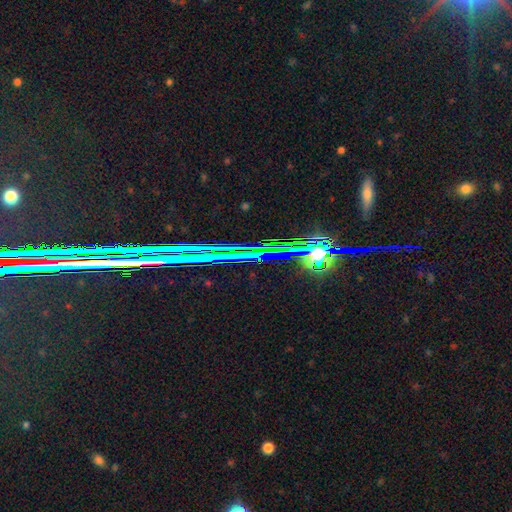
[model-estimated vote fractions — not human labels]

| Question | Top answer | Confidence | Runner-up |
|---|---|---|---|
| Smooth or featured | star or artifact | 81% | featured or disk (11%) |